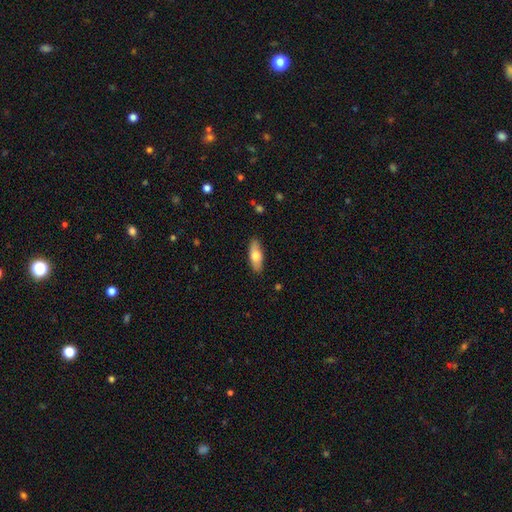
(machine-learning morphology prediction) smooth_or_featured: smooth (p=0.66) [alt: featured or disk p=0.28]
how_rounded: in between (p=0.71) [alt: cigar-shaped p=0.26]
merging: none (p=0.88) [alt: minor disturbance p=0.09]